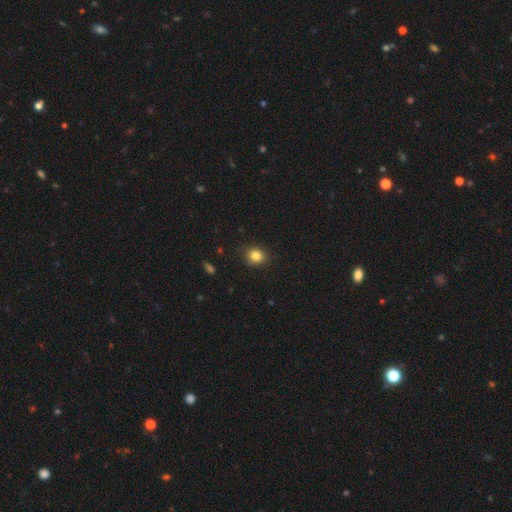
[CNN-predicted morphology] The model was most divided on "how rounded": round: 71%, in between: 28%, cigar-shaped: 1%. More confident: merging — none (85%); smooth or featured — smooth (83%).